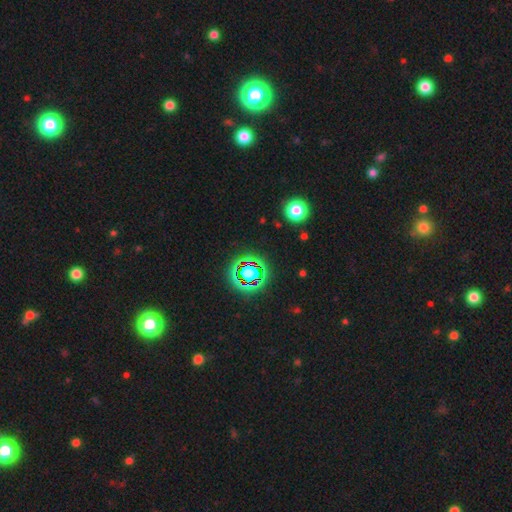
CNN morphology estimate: star or artifact 78%, smooth 14%, featured or disk 8%.